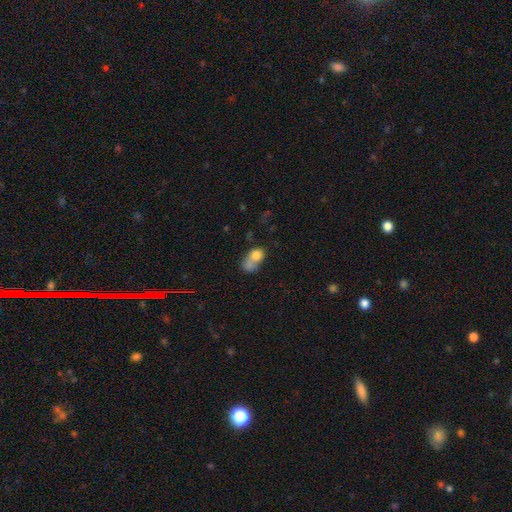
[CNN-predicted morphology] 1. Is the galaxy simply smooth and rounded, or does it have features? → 74% smooth, 17% featured or disk, 10% star or artifact.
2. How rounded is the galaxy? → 62% in between, 36% round, 2% cigar-shaped.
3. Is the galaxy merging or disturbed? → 53% merger, 19% none, 15% major disturbance, 13% minor disturbance.